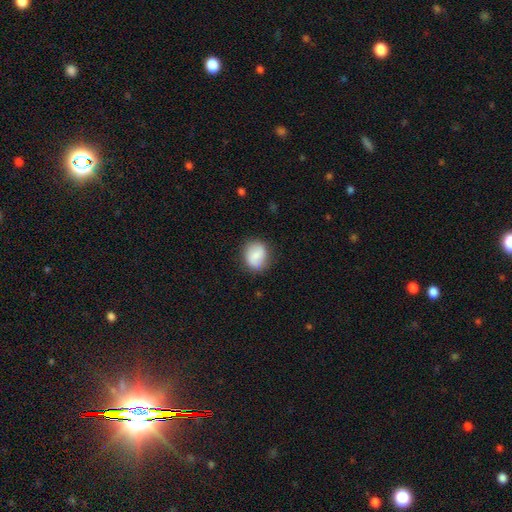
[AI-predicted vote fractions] Smooth or featured? smooth (75%)
How rounded? round (64%)
Merging? none (78%)